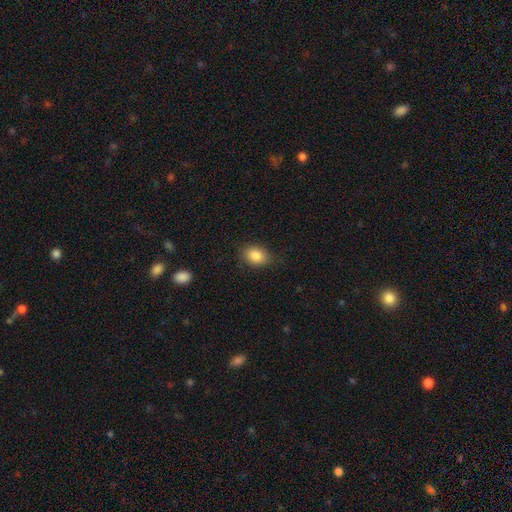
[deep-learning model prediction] This appears to be a smooth galaxy with no disk features (85%) that is in between round and cigar-shaped (67%). Merging: none (81%).